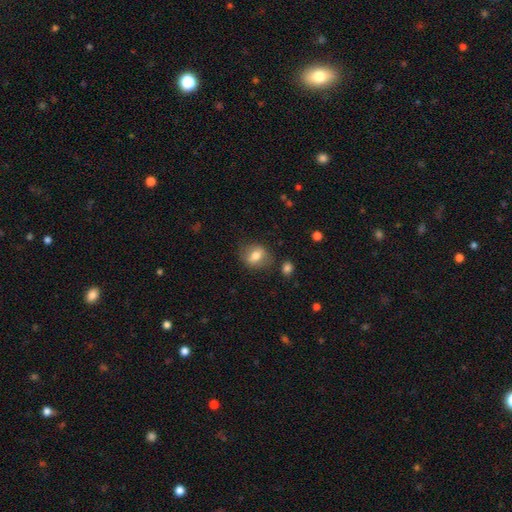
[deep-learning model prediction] Smooth or featured?
  - smooth: 69% *
  - featured or disk: 23%
  - star or artifact: 9%
How rounded?
  - in between: 50% *
  - round: 47%
  - cigar-shaped: 2%
Merging?
  - none: 78% *
  - minor disturbance: 14%
  - major disturbance: 5%
  - merger: 3%